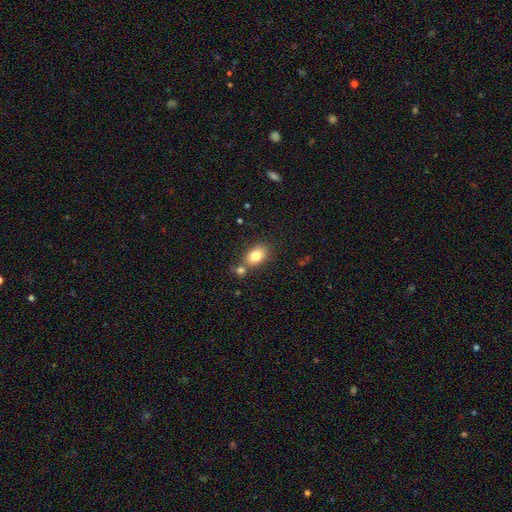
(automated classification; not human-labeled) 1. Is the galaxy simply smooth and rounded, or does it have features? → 81% smooth, 10% featured or disk, 9% star or artifact.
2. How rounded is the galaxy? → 84% in between, 15% round, 2% cigar-shaped.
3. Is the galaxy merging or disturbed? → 61% none, 23% merger, 12% minor disturbance, 3% major disturbance.